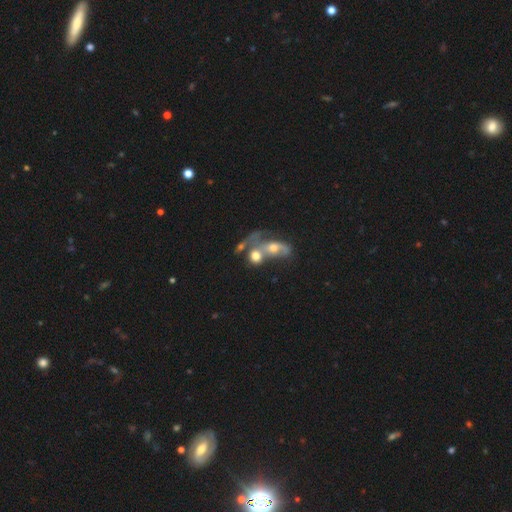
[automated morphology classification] Smooth or featured? smooth (57%)
How rounded? round (57%)
Merging? merger (62%)